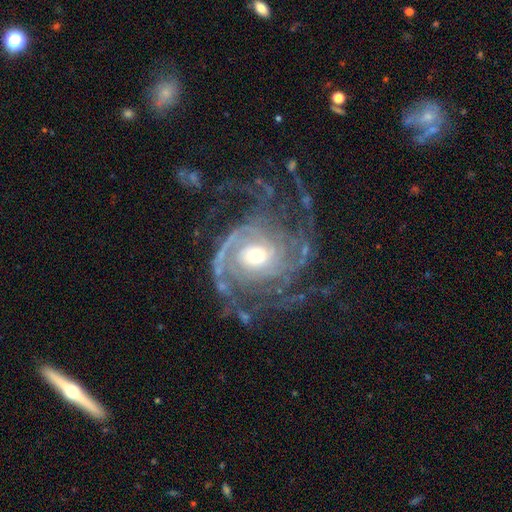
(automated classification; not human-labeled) Smooth or featured: featured or disk — 90% (star or artifact — 5%)
Edge-on disk: no — 98% (yes — 2%)
Bar: no — 70% (weak — 21%)
Spiral arms: yes — 97% (no — 3%)
Spiral winding: tight — 54% (medium — 32%)
Spiral arm count: can't tell — 23% (2 — 20%)
Bulge size: moderate — 57% (small — 31%)
Merging: none — 56% (major disturbance — 26%)